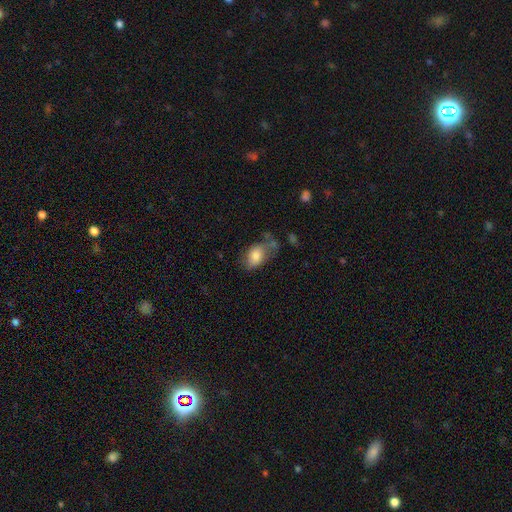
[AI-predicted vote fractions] smooth-or-featured: smooth: 77% | featured or disk: 15% | star or artifact: 8%
  how-rounded: in between: 84% | round: 14% | cigar-shaped: 2%
  merging: none: 41% | minor disturbance: 29% | major disturbance: 20% | merger: 10%